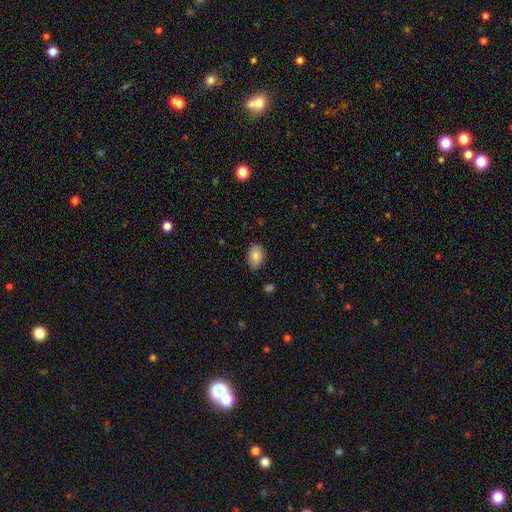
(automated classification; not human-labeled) Smooth or featured: smooth — 86% (star or artifact — 7%)
How rounded: in between — 86% (round — 13%)
Merging: none — 82% (minor disturbance — 14%)